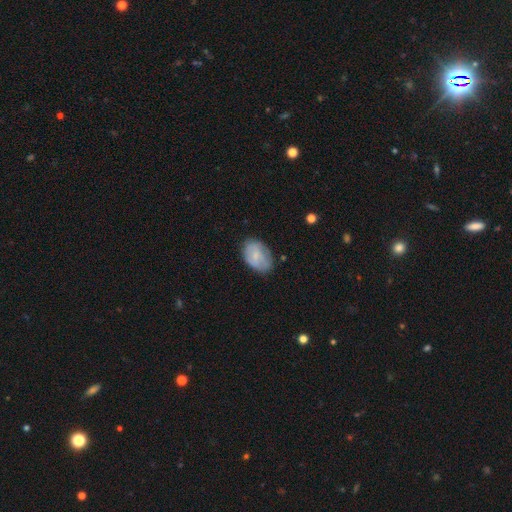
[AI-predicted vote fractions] Smooth or featured? smooth (63%)
How rounded? in between (86%)
Merging? none (70%)